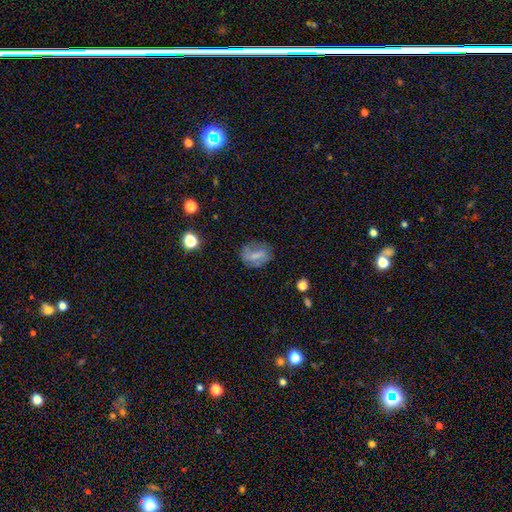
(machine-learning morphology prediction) Smooth or featured?
  - smooth: 52% *
  - featured or disk: 37%
  - star or artifact: 11%
How rounded?
  - in between: 65% *
  - round: 31%
  - cigar-shaped: 4%
Merging?
  - none: 65% *
  - minor disturbance: 21%
  - major disturbance: 11%
  - merger: 3%